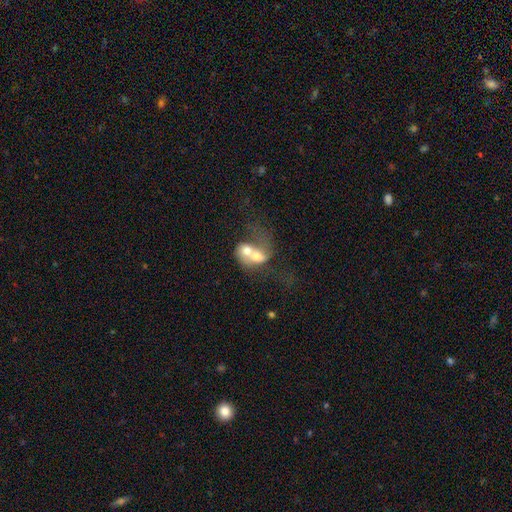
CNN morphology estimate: smooth 50%, featured or disk 41%, star or artifact 9%. Down the decision tree: merging — merger (79%).